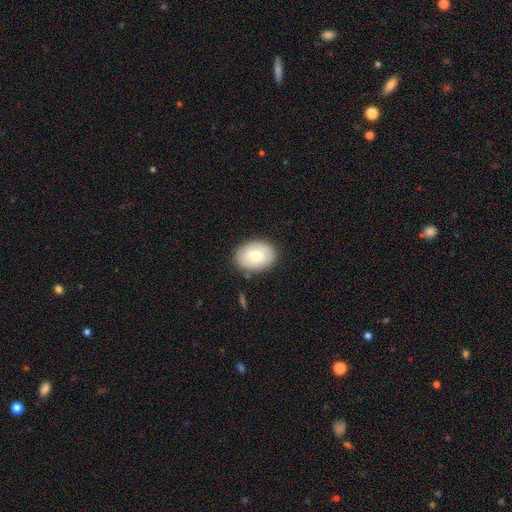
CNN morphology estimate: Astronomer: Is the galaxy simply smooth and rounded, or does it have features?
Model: smooth — 70%.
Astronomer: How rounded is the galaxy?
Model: in between — 74%.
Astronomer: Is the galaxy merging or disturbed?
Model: none — 85%.